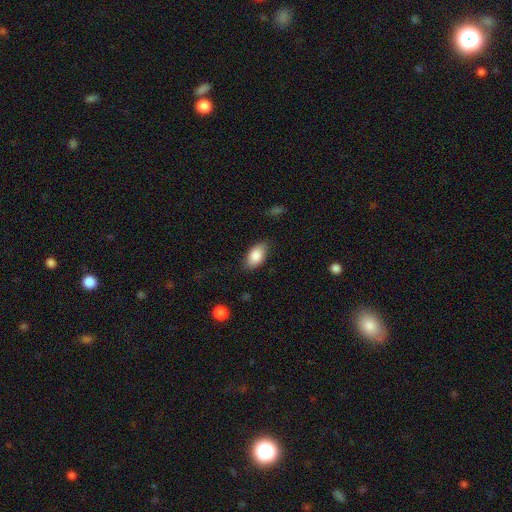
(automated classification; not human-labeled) This is clearly a smooth galaxy (86%). How rounded: clearly in between (92%). Merging: clearly none (82%).